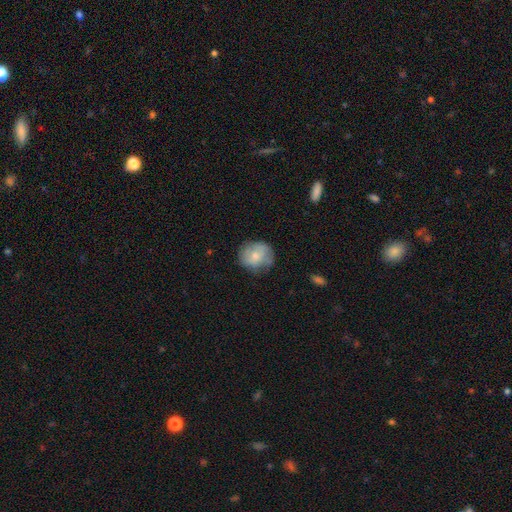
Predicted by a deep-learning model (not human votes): A smooth galaxy with no disk features (65%) that is round (77%). Merging: none (63%).